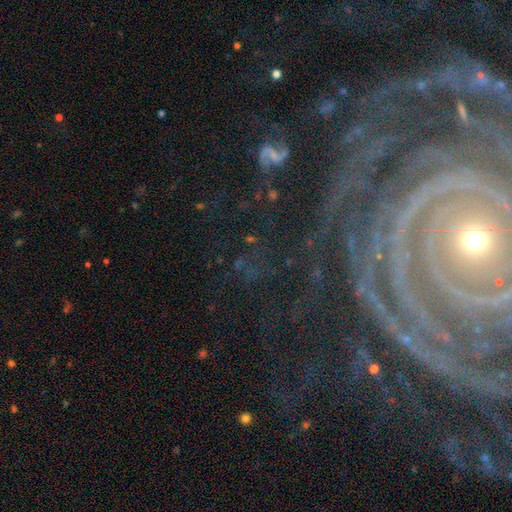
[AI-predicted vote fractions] Smooth or featured? featured or disk (63%)
Edge-on disk? no (90%)
Bar? no (40%)
Spiral arms? yes (92%)
Spiral winding? tight (75%)
Spiral arm count? can't tell (23%)
Bulge size? small (63%)
Merging? none (75%)